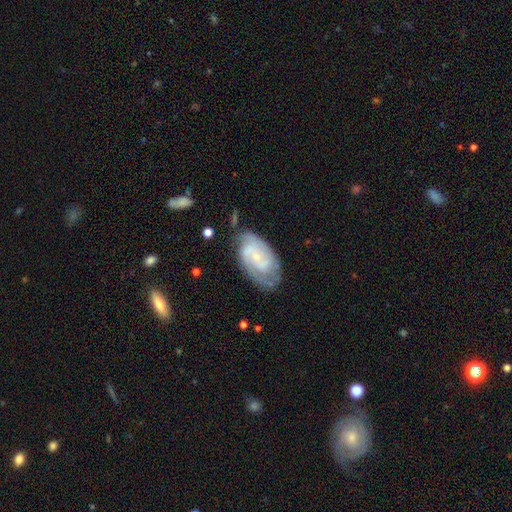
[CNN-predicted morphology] featured or disk 79%, smooth 15%, star or artifact 6%. Down the decision tree: edge-on disk — no (96%); bar — no (54%); spiral arms — yes (94%); spiral arm count — 2 (58%); spiral winding — tight (55%); bulge size — small (71%); merging — none (67%).